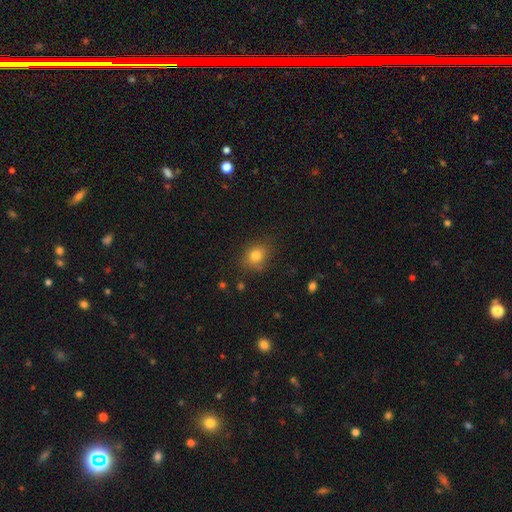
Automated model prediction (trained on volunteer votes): smooth 80%, star or artifact 12%, featured or disk 8%. Down the decision tree: how rounded — round (59%); merging — none (78%).